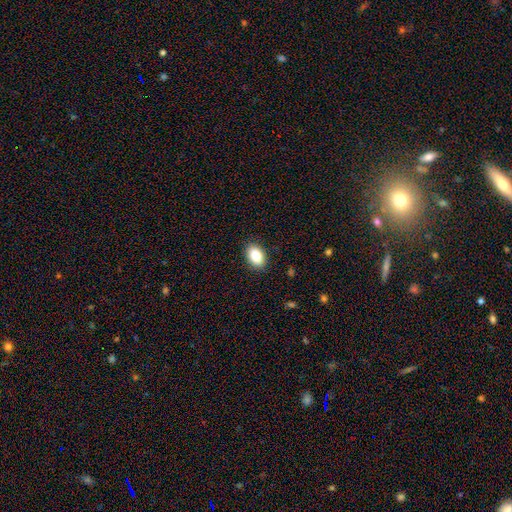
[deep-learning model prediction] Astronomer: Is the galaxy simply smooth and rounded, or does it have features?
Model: smooth — 85%.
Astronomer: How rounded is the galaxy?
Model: in between — 87%.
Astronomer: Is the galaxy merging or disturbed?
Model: none — 89%.